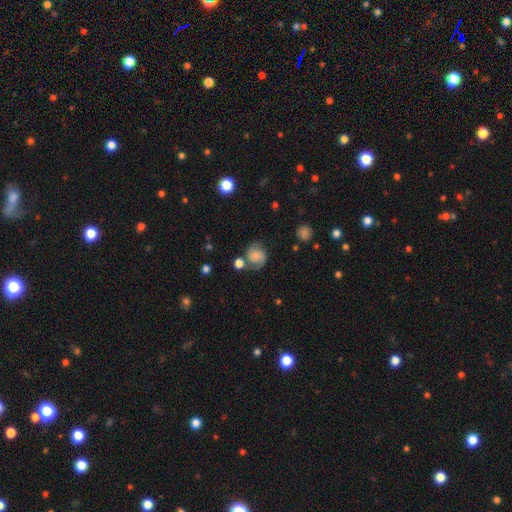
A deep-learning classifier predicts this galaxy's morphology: The model was most divided on "smooth or featured": smooth: 47%, featured or disk: 43%, star or artifact: 11%. More confident: merging — none (58%).